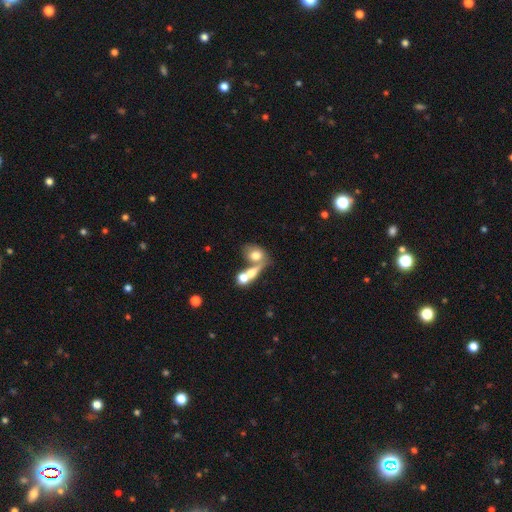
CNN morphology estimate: Overall: smooth (66%). How rounded: in between (64%; round 31%). Merging: merger (57%; none 26%).